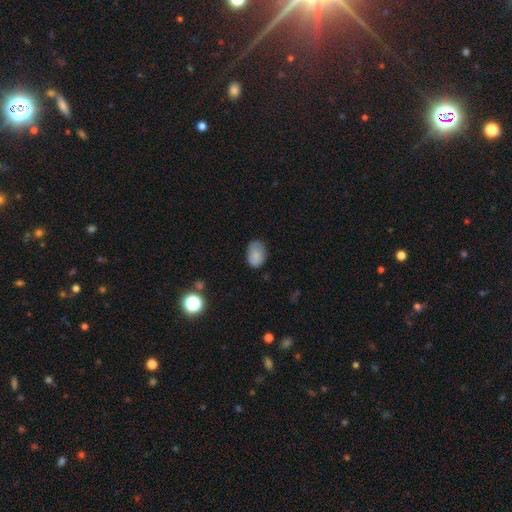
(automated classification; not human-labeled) Smooth or featured? smooth (82%)
How rounded? in between (77%)
Merging? none (70%)